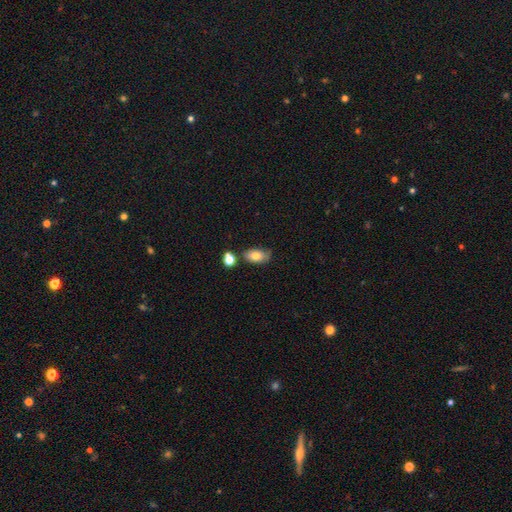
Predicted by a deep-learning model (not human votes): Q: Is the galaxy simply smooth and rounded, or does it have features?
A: smooth — 77%.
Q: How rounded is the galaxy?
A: in between — 89%.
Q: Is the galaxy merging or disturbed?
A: none — 66%.